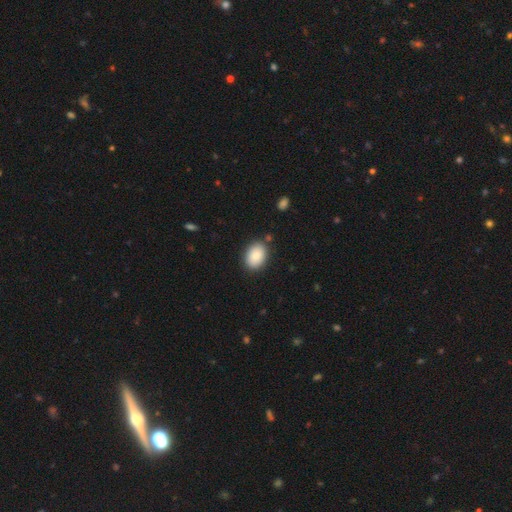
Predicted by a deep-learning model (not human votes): smooth 88%, star or artifact 7%, featured or disk 6%. Down the decision tree: how rounded — in between (82%); merging — none (85%).